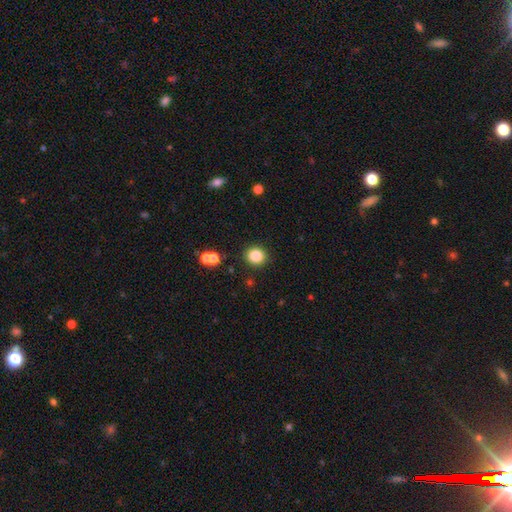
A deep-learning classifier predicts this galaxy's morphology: Smooth or featured: smooth — 84% (star or artifact — 11%)
How rounded: round — 83% (in between — 16%)
Merging: none — 89% (minor disturbance — 6%)